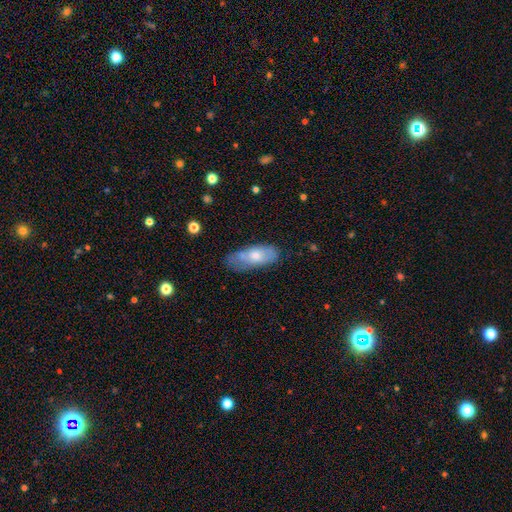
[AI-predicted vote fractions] This is likely a smooth galaxy (66%). How rounded: likely in between (79%). Merging: possibly none (56%).